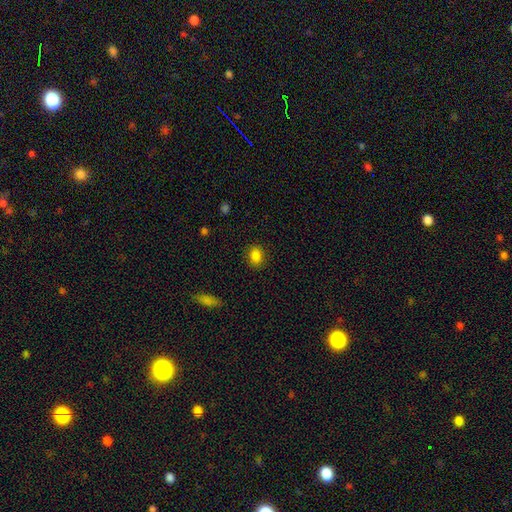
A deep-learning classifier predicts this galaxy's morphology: type=smooth (85%); roundness=in between (57%); merging=none (87%).